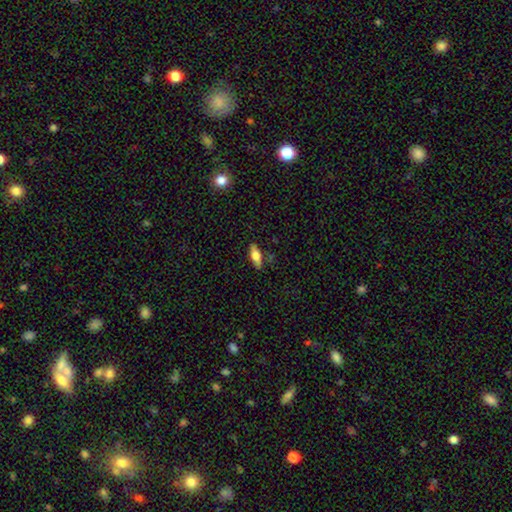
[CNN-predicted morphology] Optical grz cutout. It shows a smooth galaxy with no disk features (65%) that is in between round and cigar-shaped (71%). Merging: none (81%).